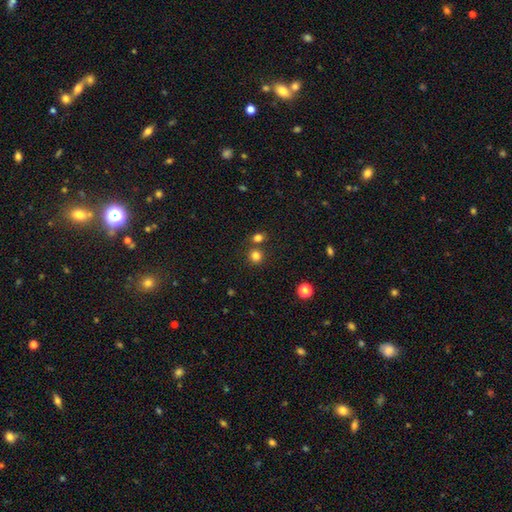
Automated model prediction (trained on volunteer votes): Overall: smooth (80%). How rounded: round (90%). Merging: none (75%).